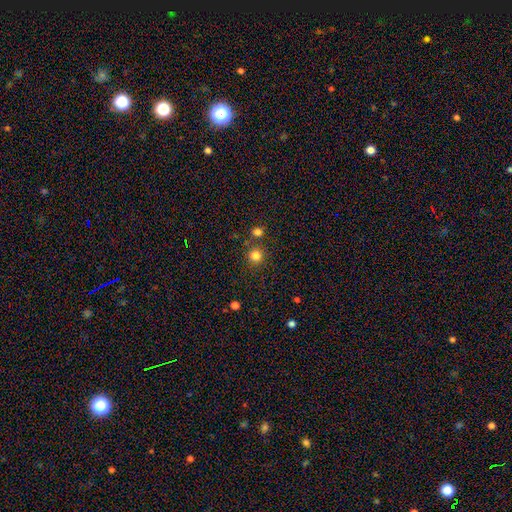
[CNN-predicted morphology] A smooth galaxy with no disk features (81%) that is round (94%).

Vote fractions:
- Smooth or featured? smooth: 81% / star or artifact: 14% / featured or disk: 5%
- How rounded? round: 94% / in between: 5% / cigar-shaped: 1%
- Merging? none: 81% / merger: 10% / minor disturbance: 7% / major disturbance: 3%